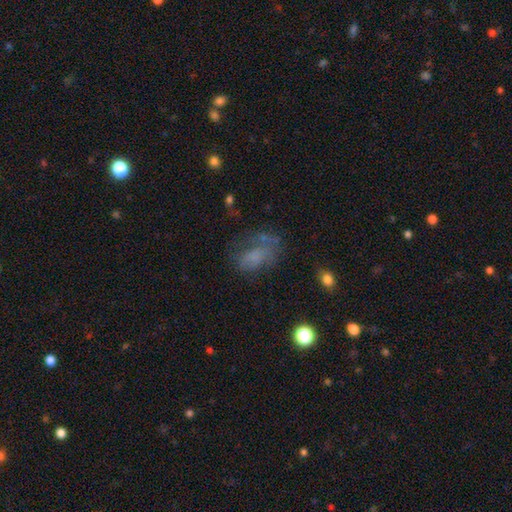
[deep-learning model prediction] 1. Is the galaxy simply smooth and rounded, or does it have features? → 49% smooth, 33% featured or disk, 18% star or artifact.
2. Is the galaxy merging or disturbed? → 38% none, 34% major disturbance, 24% minor disturbance, 4% merger.